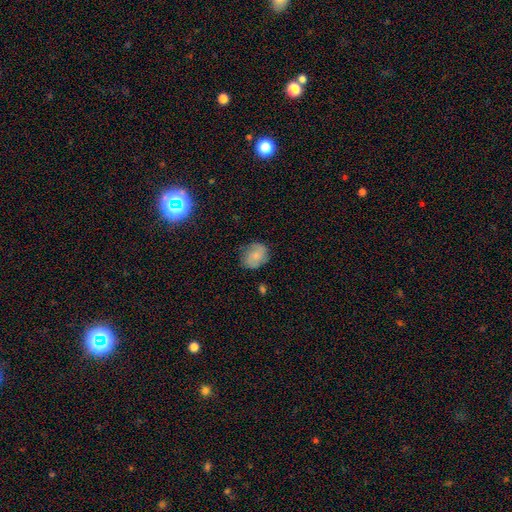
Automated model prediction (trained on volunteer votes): A smooth galaxy with no disk features (65%) that is round (52%).

Vote fractions:
- Smooth or featured? smooth: 65% / featured or disk: 27% / star or artifact: 9%
- How rounded? round: 52% / in between: 47% / cigar-shaped: 1%
- Merging? none: 70% / minor disturbance: 23% / major disturbance: 6% / merger: 2%